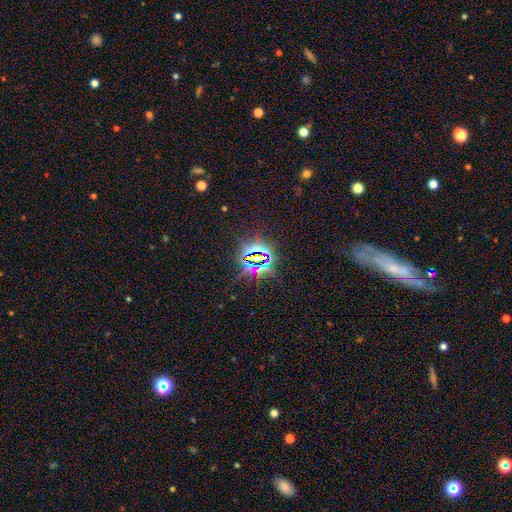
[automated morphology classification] This appears to be a star or artifact, not a galaxy (82%).